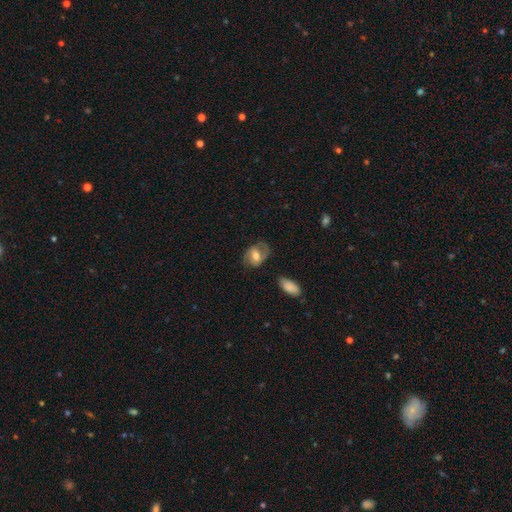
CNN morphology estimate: featured or disk 63%, smooth 30%, star or artifact 7%. Down the decision tree: edge-on disk — no (96%); bar — weak (44%); spiral arms — yes (84%); spiral arm count — 2 (85%); spiral winding — medium (50%); bulge size — moderate (65%); merging — none (72%).